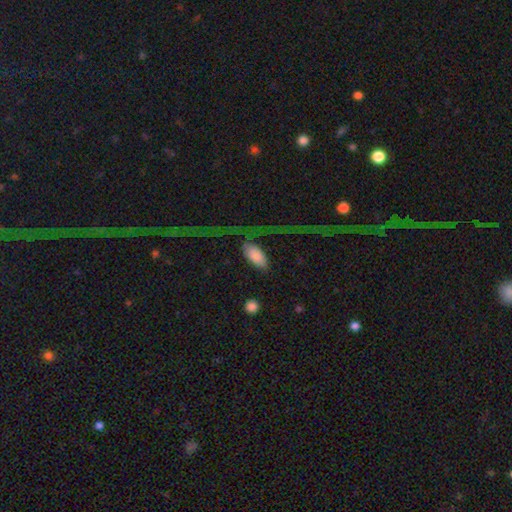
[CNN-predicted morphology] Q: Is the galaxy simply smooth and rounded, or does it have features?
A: smooth — 80%.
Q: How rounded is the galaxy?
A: in between — 91%.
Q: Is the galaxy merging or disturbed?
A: none — 55%.